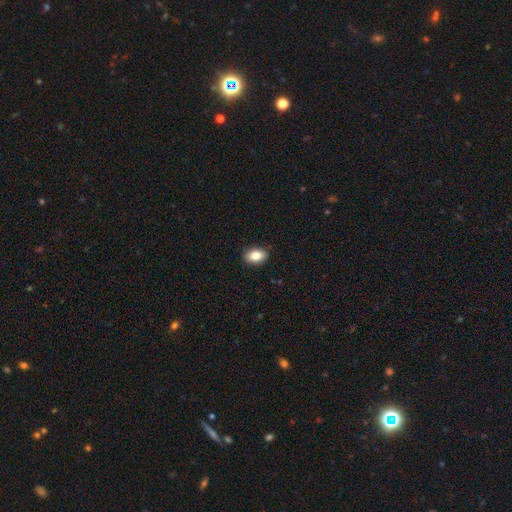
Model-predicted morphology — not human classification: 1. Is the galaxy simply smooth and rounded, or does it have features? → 85% smooth, 8% star or artifact, 7% featured or disk.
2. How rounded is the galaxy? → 85% in between, 13% round, 2% cigar-shaped.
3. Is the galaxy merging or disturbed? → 88% none, 9% minor disturbance, 2% major disturbance, 1% merger.